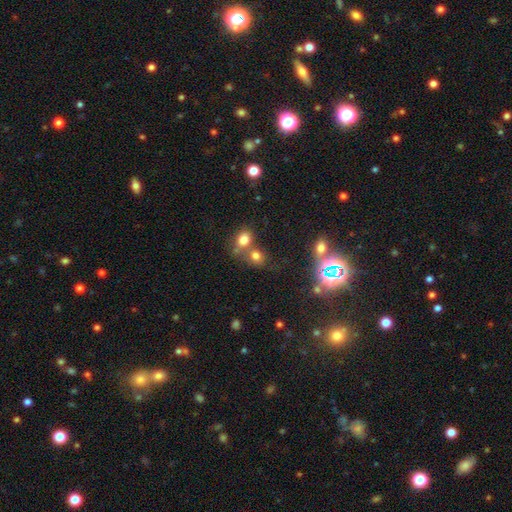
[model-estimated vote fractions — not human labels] smooth_or_featured: smooth (p=0.70) [alt: star or artifact p=0.20]
how_rounded: round (p=0.63) [alt: in between p=0.35]
merging: none (p=0.44) [alt: merger p=0.41]